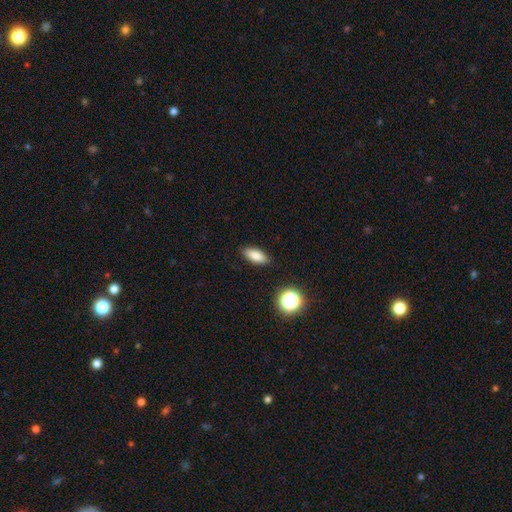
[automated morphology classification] A smooth galaxy with no disk features (81%) that is in between round and cigar-shaped (77%).

Vote fractions:
- Smooth or featured? smooth: 81% / star or artifact: 9% / featured or disk: 9%
- How rounded? in between: 77% / cigar-shaped: 19% / round: 4%
- Merging? none: 88% / minor disturbance: 8% / major disturbance: 2% / merger: 2%